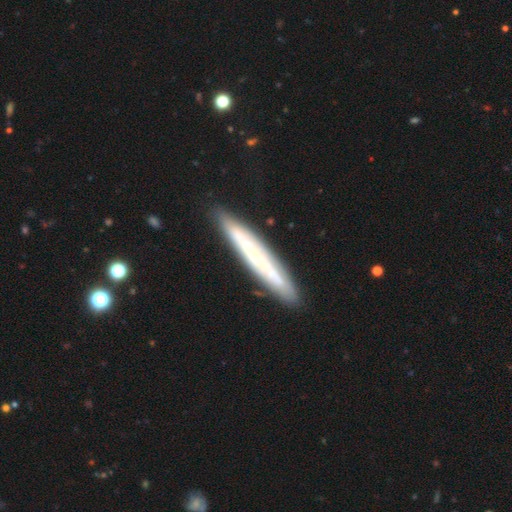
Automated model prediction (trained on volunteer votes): Morphology: type=featured or disk (59%); edge-on=yes (79%); merging=none (88%).